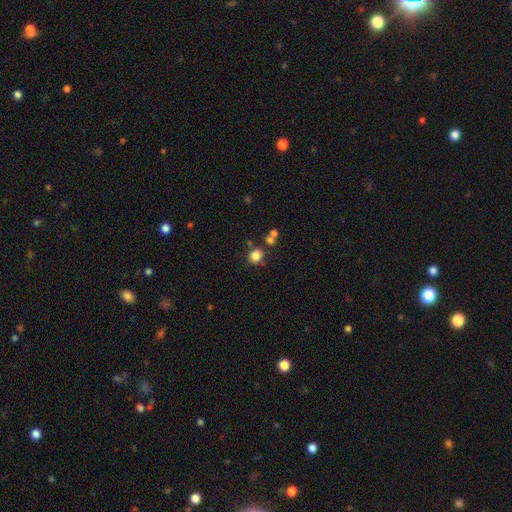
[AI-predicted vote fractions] Smooth or featured? Predicted: smooth (p=0.83). How rounded? Predicted: round (p=0.70). Merging? Predicted: none (p=0.70).